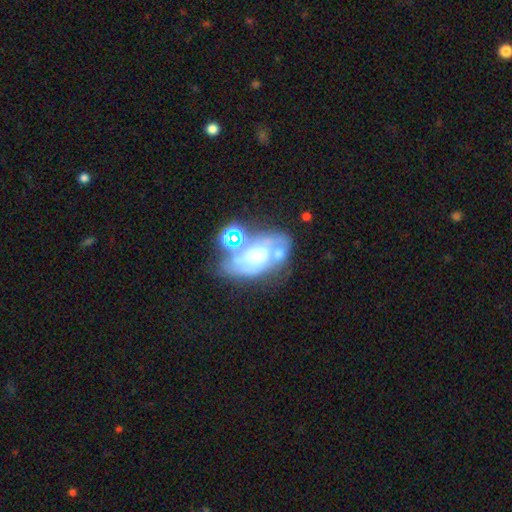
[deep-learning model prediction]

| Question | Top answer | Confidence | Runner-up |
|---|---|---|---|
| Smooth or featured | featured or disk | 65% | smooth (20%) |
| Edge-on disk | no | 95% | yes (5%) |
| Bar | no | 68% | weak (23%) |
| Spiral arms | yes | 68% | no (32%) |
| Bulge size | moderate | 33% | large (26%) |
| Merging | none | 37% | merger (24%) |